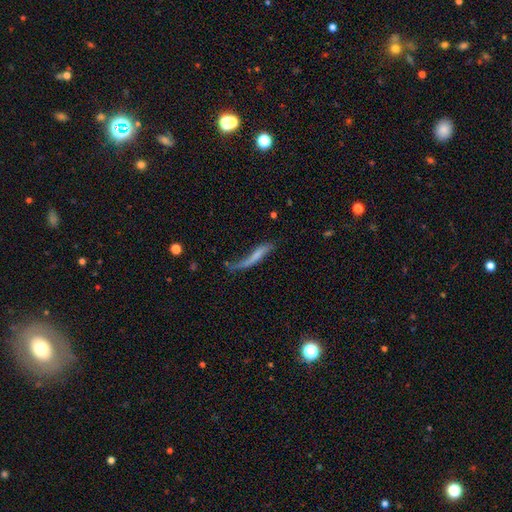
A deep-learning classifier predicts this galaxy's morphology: Smooth or featured: featured or disk — 49% (smooth — 43%)
Merging: none — 33% (major disturbance — 32%)